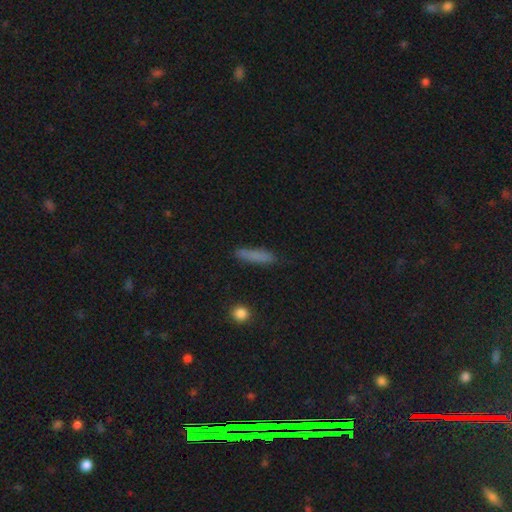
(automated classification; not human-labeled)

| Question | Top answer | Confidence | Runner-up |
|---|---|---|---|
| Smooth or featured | smooth | 80% | featured or disk (11%) |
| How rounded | cigar-shaped | 84% | in between (14%) |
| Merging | none | 83% | minor disturbance (13%) |